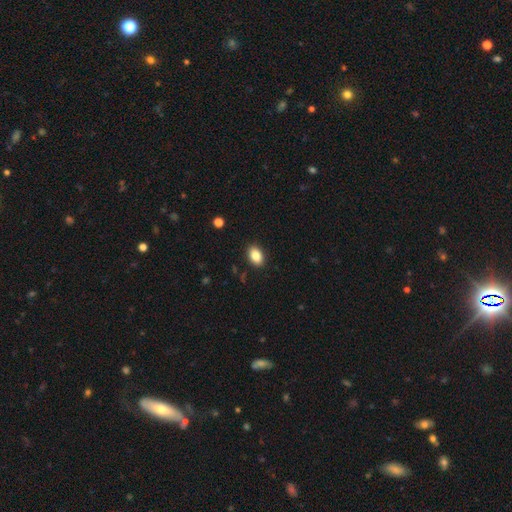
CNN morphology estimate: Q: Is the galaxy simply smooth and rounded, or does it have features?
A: smooth — 86%.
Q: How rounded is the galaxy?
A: in between — 84%.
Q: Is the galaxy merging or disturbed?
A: none — 90%.